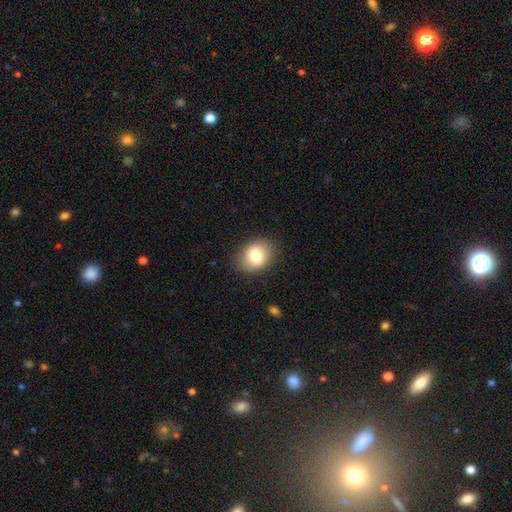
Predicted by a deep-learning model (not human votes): A smooth galaxy with no disk features (81%) that is in between round and cigar-shaped (59%). Merging: none (85%).